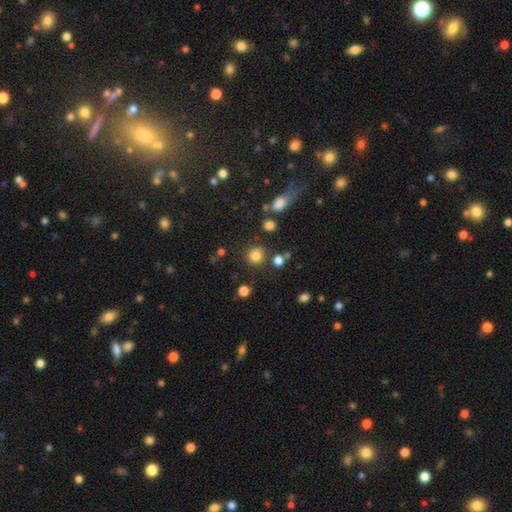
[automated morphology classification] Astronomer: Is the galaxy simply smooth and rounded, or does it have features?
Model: smooth — 81%.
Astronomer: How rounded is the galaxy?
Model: round — 89%.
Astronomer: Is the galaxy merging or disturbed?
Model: none — 83%.